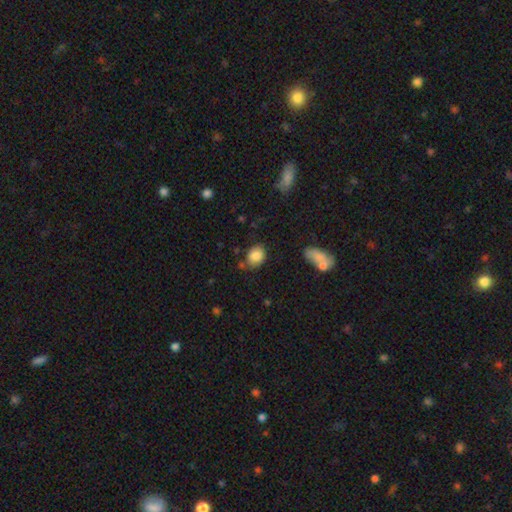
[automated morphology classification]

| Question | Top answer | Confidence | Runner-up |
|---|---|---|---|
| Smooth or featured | smooth | 86% | star or artifact (9%) |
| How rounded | round | 50% | in between (49%) |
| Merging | none | 73% | minor disturbance (17%) |